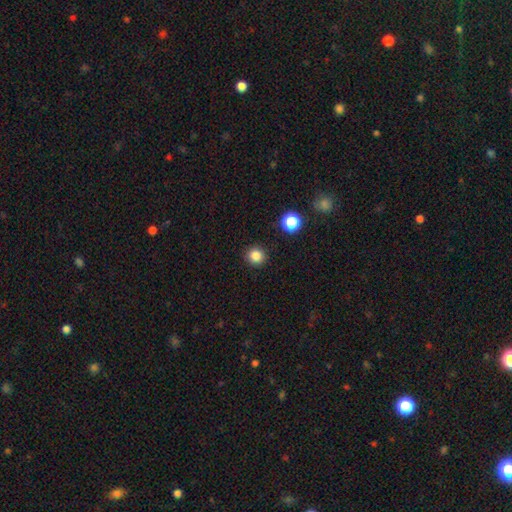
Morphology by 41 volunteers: A smooth galaxy with no disk features (90%) that is round (95%). Merging: none (84%).